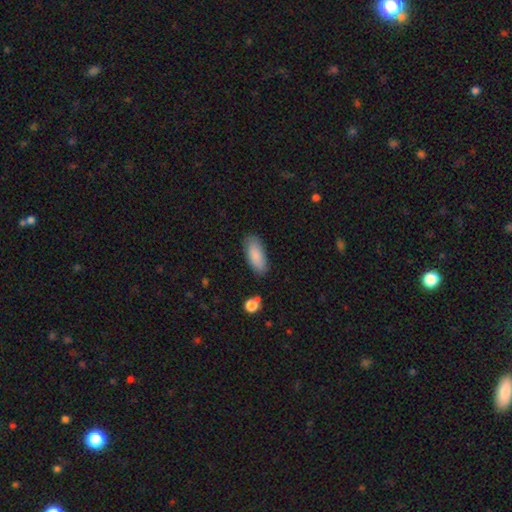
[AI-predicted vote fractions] Morphology: type=smooth (87%); roundness=in between (82%); merging=none (82%).